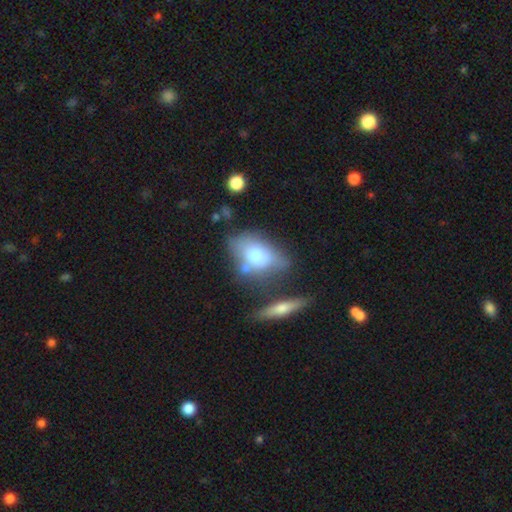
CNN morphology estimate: Smooth or featured: smooth — 67% (featured or disk — 25%)
How rounded: in between — 83% (round — 13%)
Merging: none — 49% (minor disturbance — 21%)